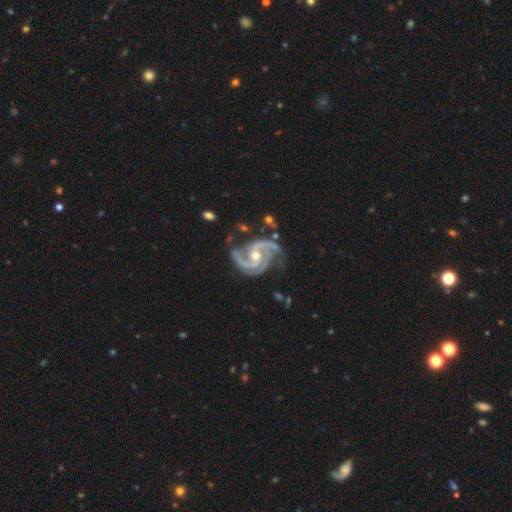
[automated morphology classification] featured or disk 94%, star or artifact 4%, smooth 2%. Down the decision tree: edge-on disk — no (98%); bar — no (48%); spiral arms — yes (99%); spiral arm count — 2 (59%); spiral winding — medium (59%); bulge size — moderate (64%); merging — none (66%).